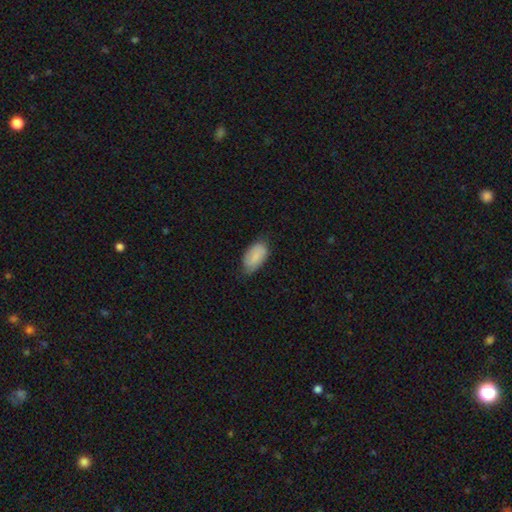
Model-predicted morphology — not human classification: type=smooth (84%); roundness=in between (94%); merging=none (64%).